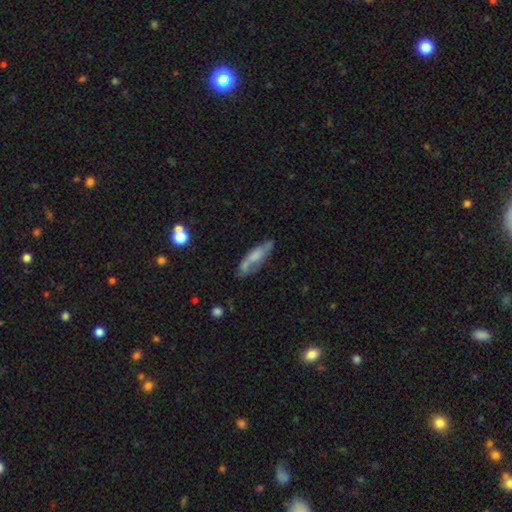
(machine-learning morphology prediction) Smooth or featured? smooth (54%)
How rounded? cigar-shaped (53%)
Merging? none (51%)